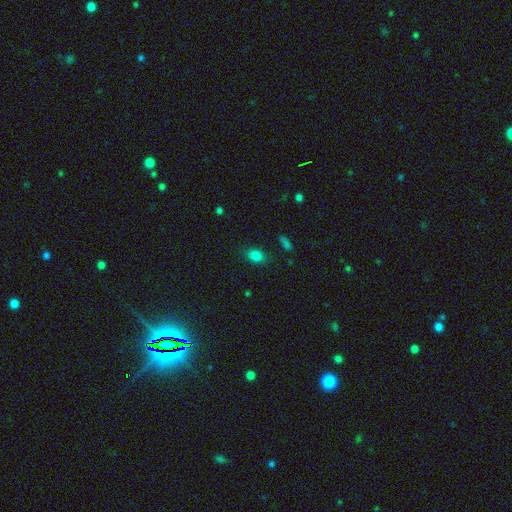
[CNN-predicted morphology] smooth-or-featured: smooth: 80% | star or artifact: 13% | featured or disk: 7%
  how-rounded: in between: 74% | round: 23% | cigar-shaped: 3%
  merging: none: 82% | minor disturbance: 13% | major disturbance: 3% | merger: 2%